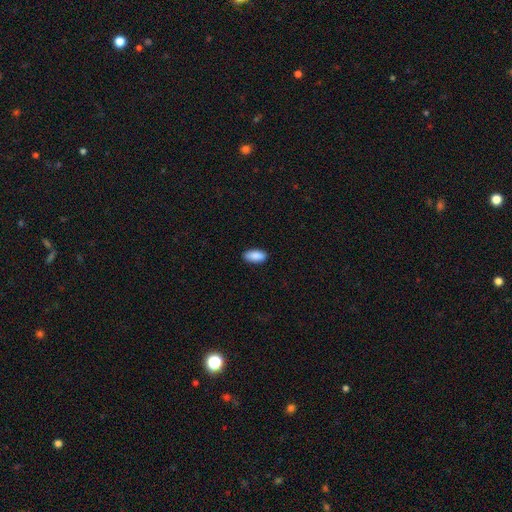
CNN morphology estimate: This appears to be a smooth galaxy with no disk features (90%) that is in between round and cigar-shaped (91%). Merging: none (88%).